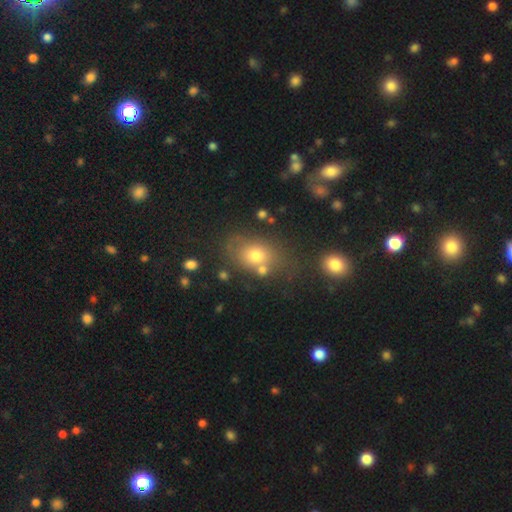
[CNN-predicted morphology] Overall: smooth (71%). How rounded: in between (64%; round 35%). Merging: none (62%).